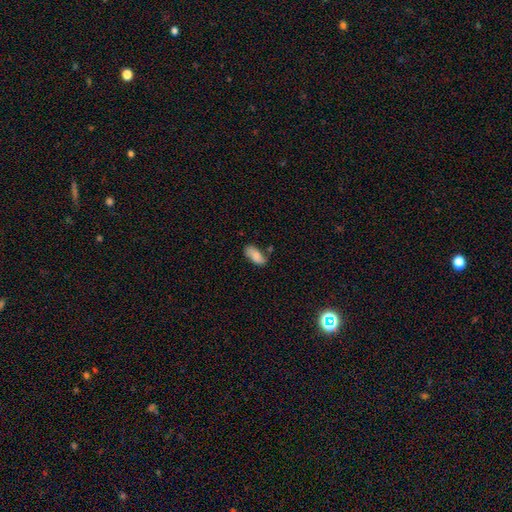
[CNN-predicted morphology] smooth-or-featured: smooth: 82% | featured or disk: 11% | star or artifact: 7%
  how-rounded: in between: 88% | cigar-shaped: 9% | round: 2%
  merging: none: 65% | minor disturbance: 22% | merger: 8% | major disturbance: 5%